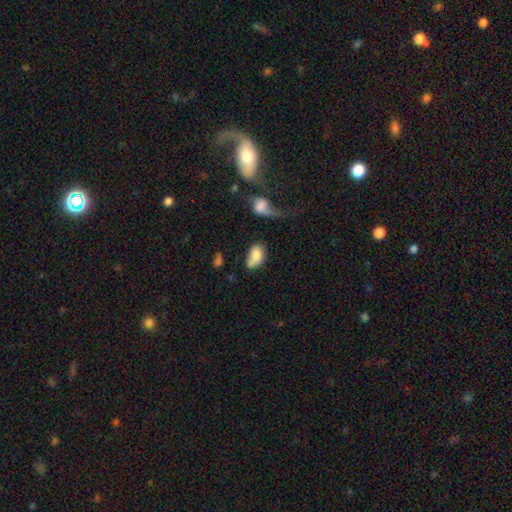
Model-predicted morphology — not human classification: This is likely a smooth galaxy (77%). How rounded: clearly in between (88%). Merging: marginally none (35%).